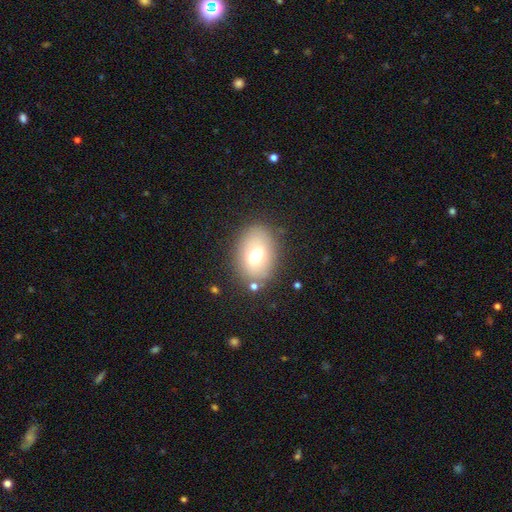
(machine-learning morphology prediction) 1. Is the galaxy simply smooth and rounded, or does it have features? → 67% smooth, 22% featured or disk, 12% star or artifact.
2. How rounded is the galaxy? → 72% in between, 26% round, 1% cigar-shaped.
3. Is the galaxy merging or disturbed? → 79% none, 12% minor disturbance, 5% major disturbance, 4% merger.